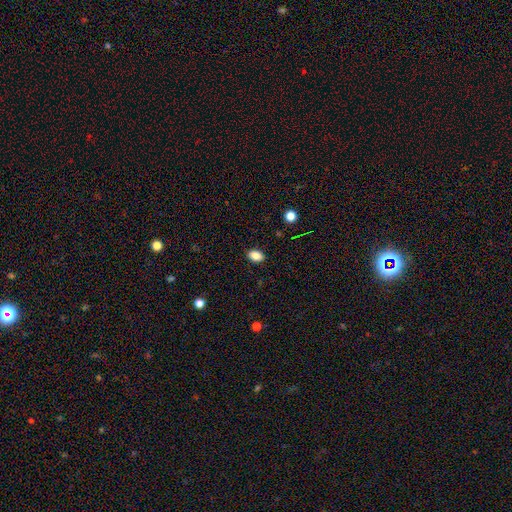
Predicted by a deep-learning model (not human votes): Morphology: type=smooth (85%); roundness=in between (86%); merging=none (88%).